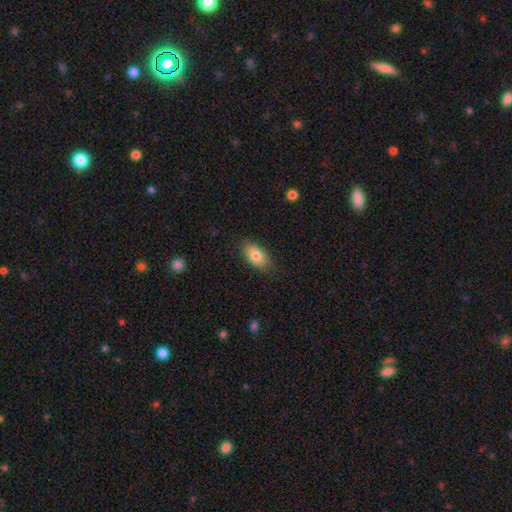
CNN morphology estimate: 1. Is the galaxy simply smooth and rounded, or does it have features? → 78% smooth, 15% featured or disk, 7% star or artifact.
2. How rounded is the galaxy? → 91% in between, 5% round, 4% cigar-shaped.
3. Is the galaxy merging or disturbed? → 82% none, 14% minor disturbance, 3% major disturbance, 1% merger.